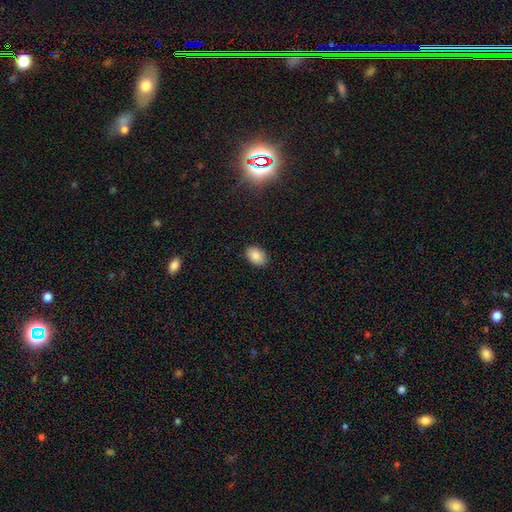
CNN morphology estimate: A smooth galaxy with no disk features (86%) that is in between round and cigar-shaped (84%). Merging: none (88%).